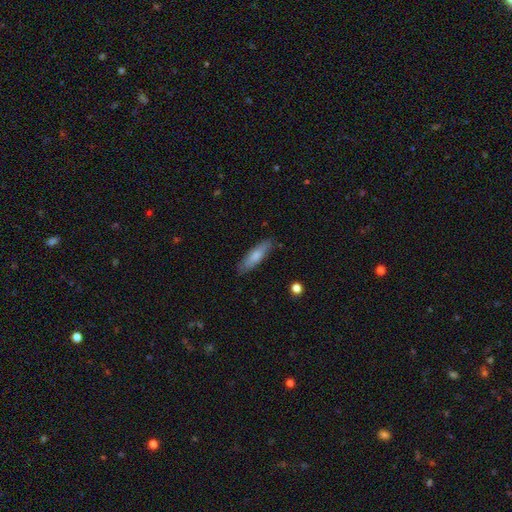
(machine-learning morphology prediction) A smooth galaxy with no disk features (73%) that is cigar-shaped (65%). Merging: none (84%).